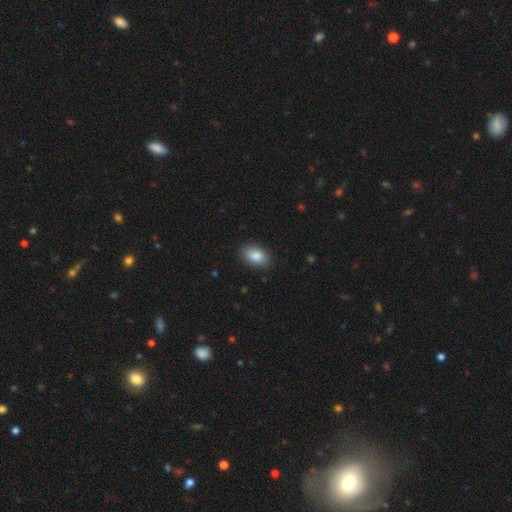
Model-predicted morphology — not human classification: Smooth or featured: smooth — 86% (star or artifact — 7%)
How rounded: in between — 88% (round — 11%)
Merging: none — 86% (minor disturbance — 11%)